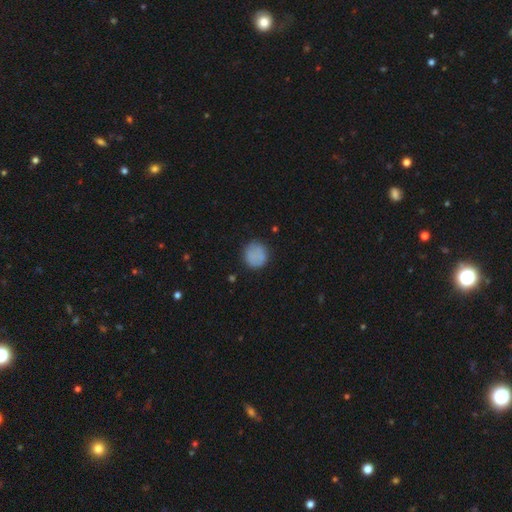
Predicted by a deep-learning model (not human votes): This appears to be a smooth galaxy with no disk features (81%) that is round (90%). Merging: none (76%).